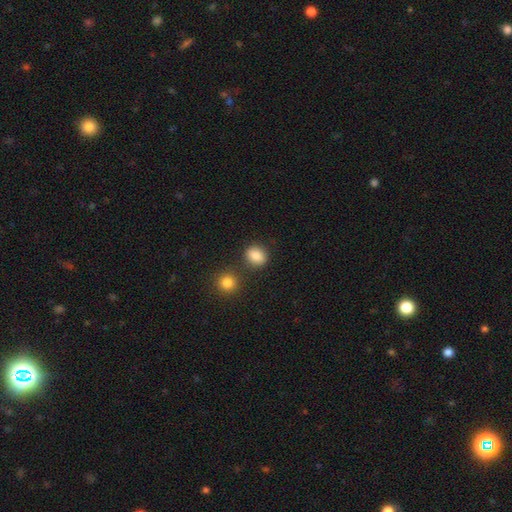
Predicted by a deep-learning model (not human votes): smooth 85%, star or artifact 10%, featured or disk 5%. Down the decision tree: how rounded — round (58%); merging — none (79%).